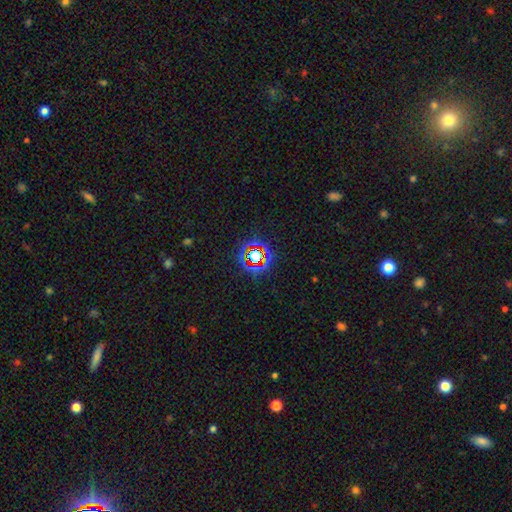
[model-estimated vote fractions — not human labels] star or artifact 72%, smooth 18%, featured or disk 10%.